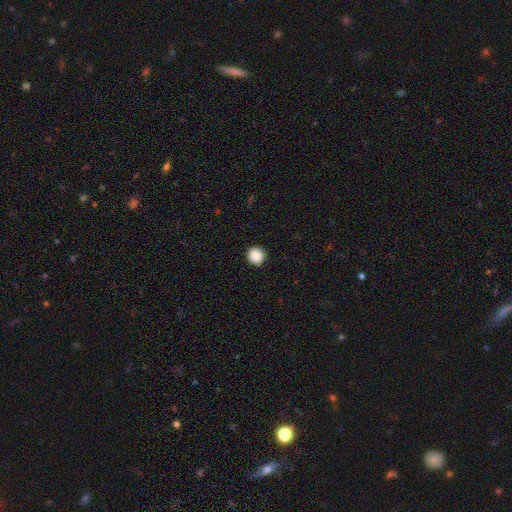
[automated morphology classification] Q: Smooth or featured?
A: smooth (89%); runner-up: star or artifact (9%)
Q: How rounded?
A: round (93%); runner-up: in between (6%)
Q: Merging?
A: none (91%); runner-up: minor disturbance (7%)